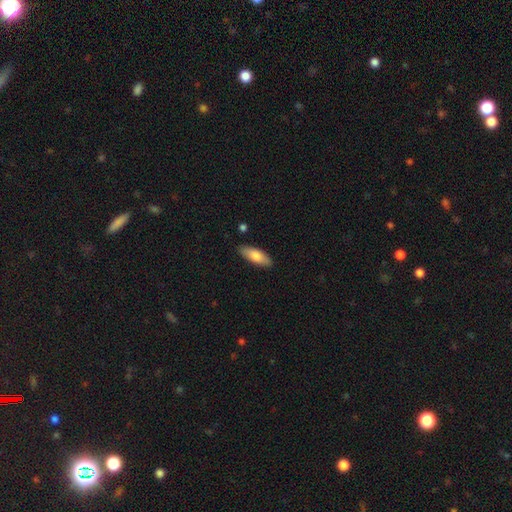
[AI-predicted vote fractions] This is likely a smooth galaxy (77%). How rounded: likely in between (69%). Merging: clearly none (87%).